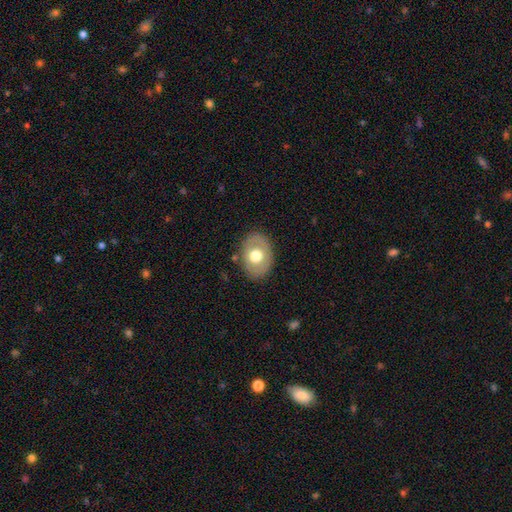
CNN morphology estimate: Overall: smooth (59%; featured or disk 35%). How rounded: in between (66%; round 33%). Merging: none (83%).